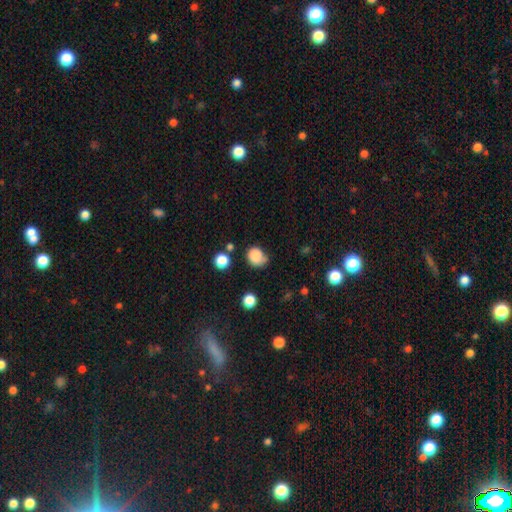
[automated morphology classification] Smooth or featured: smooth — 83% (star or artifact — 10%)
How rounded: round — 72% (in between — 27%)
Merging: none — 55% (minor disturbance — 27%)